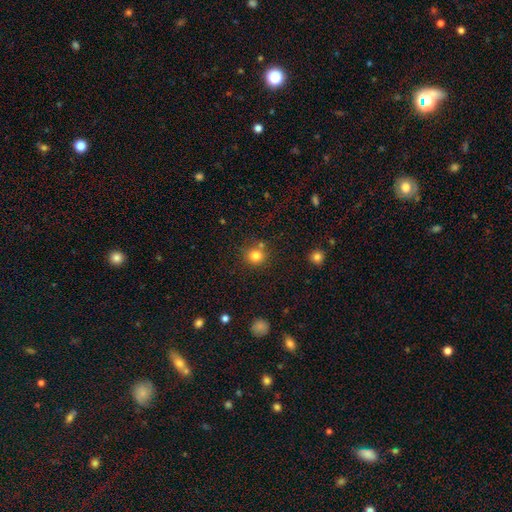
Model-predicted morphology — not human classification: This is clearly a smooth galaxy (81%). How rounded: clearly round (90%). Merging: likely none (76%).